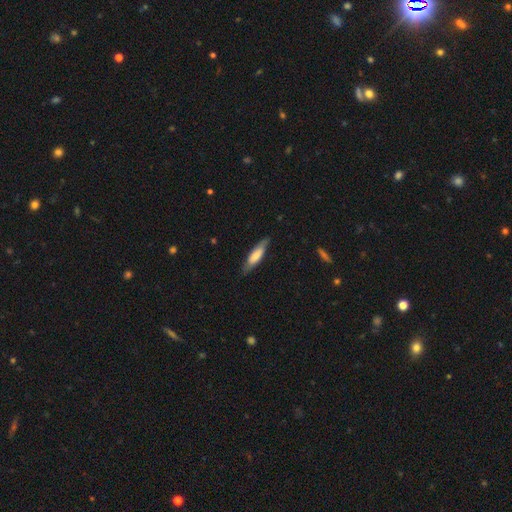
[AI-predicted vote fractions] smooth-or-featured: smooth: 68% | featured or disk: 27% | star or artifact: 6%
  how-rounded: cigar-shaped: 66% | in between: 32% | round: 2%
  merging: none: 80% | minor disturbance: 16% | major disturbance: 3% | merger: 1%